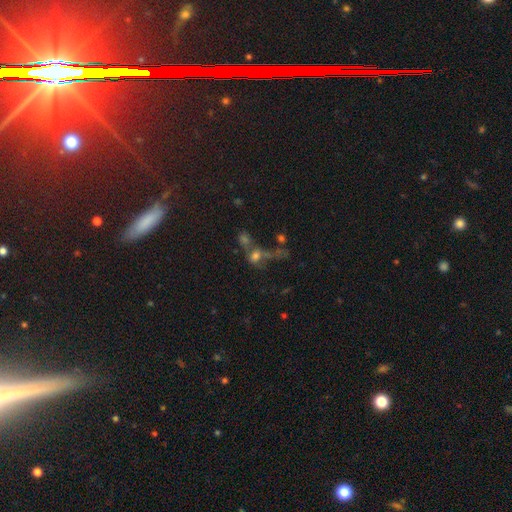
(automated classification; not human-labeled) A smooth galaxy with no disk features (53%) that is round (49%).

Vote fractions:
- Smooth or featured? smooth: 53% / featured or disk: 24% / star or artifact: 23%
- How rounded? round: 49% / in between: 47% / cigar-shaped: 4%
- Merging? merger: 54% / none: 21% / major disturbance: 16% / minor disturbance: 8%